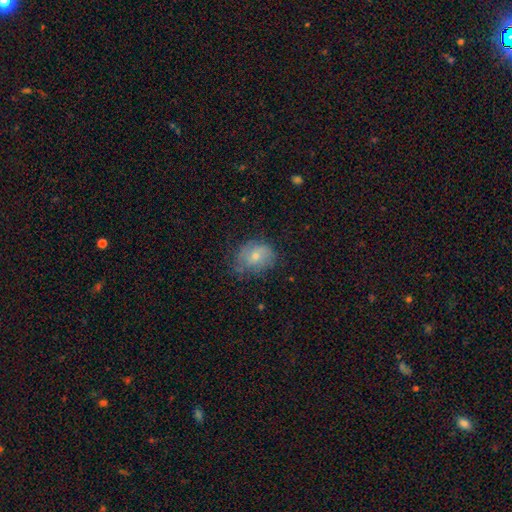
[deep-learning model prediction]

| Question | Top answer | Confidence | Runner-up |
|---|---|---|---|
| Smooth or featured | smooth | 57% | featured or disk (31%) |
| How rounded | in between | 55% | round (44%) |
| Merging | none | 64% | minor disturbance (26%) |